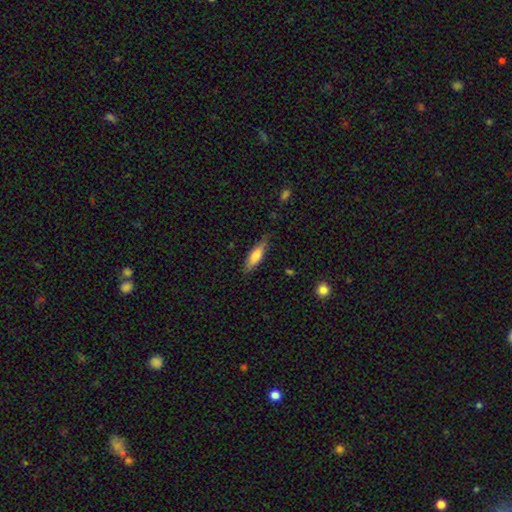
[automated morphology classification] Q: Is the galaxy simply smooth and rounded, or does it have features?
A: smooth — 68%.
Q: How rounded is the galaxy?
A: cigar-shaped — 60%.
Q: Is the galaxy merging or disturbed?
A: none — 81%.